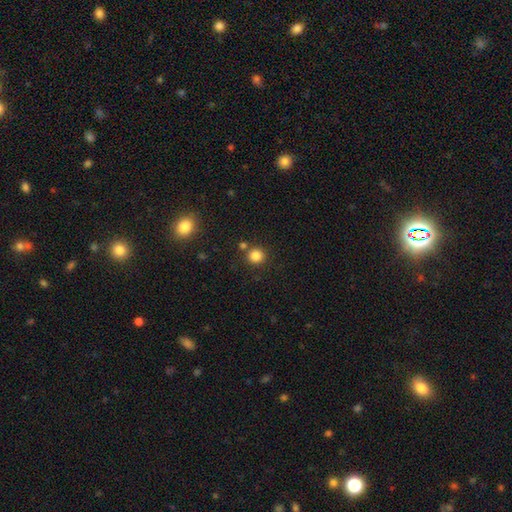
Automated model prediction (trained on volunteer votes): Smooth or featured: smooth — 83% (star or artifact — 12%)
How rounded: round — 91% (in between — 8%)
Merging: none — 81% (merger — 9%)